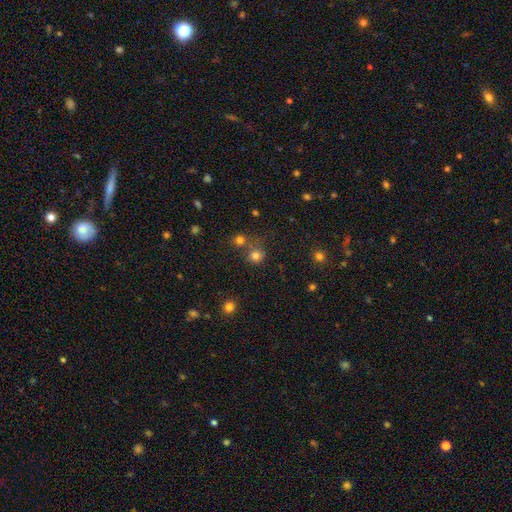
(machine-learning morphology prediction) type=smooth (77%); roundness=round (89%); merging=none (64%).